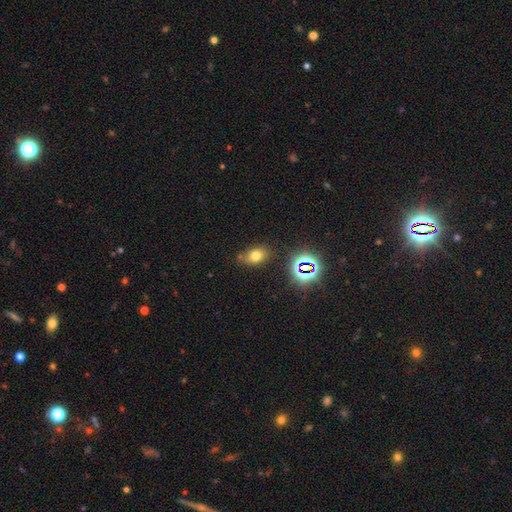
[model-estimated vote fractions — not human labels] smooth 68%, star or artifact 20%, featured or disk 12%. Down the decision tree: how rounded — in between (75%); merging — none (73%).